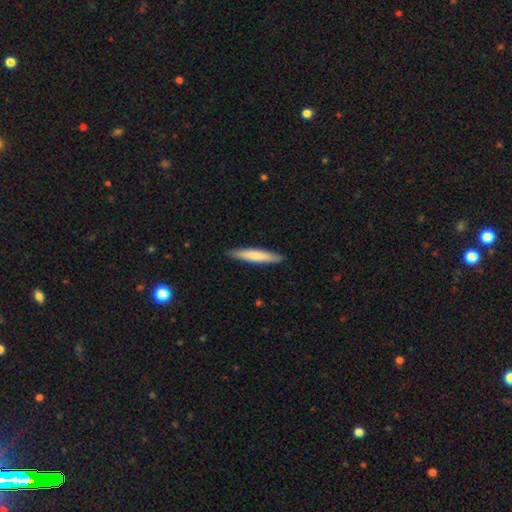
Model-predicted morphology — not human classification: smooth-or-featured: smooth: 76% | featured or disk: 20% | star or artifact: 5%
  how-rounded: cigar-shaped: 91% | in between: 8% | round: 1%
  merging: none: 90% | minor disturbance: 8% | major disturbance: 1% | merger: 1%